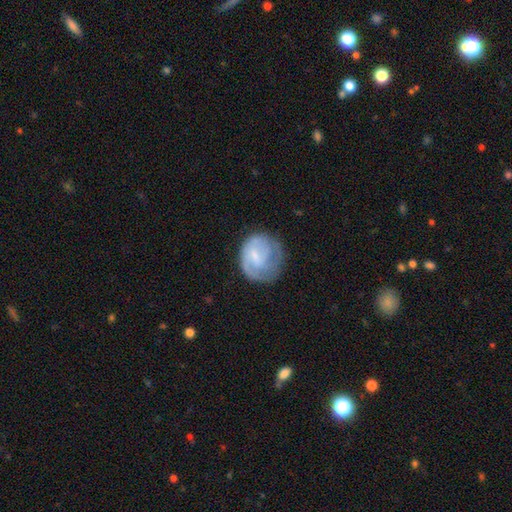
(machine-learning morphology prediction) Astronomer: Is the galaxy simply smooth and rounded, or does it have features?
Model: featured or disk — 56% (runner-up: smooth, 37%).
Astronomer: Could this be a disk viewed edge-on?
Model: no — 98%.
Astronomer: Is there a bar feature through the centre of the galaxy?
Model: weak — 52% (runner-up: no, 35%).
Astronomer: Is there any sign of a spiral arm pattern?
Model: yes — 78%.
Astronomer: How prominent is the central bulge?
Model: small — 46% (runner-up: none, 26%).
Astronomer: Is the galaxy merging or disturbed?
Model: none — 54%.